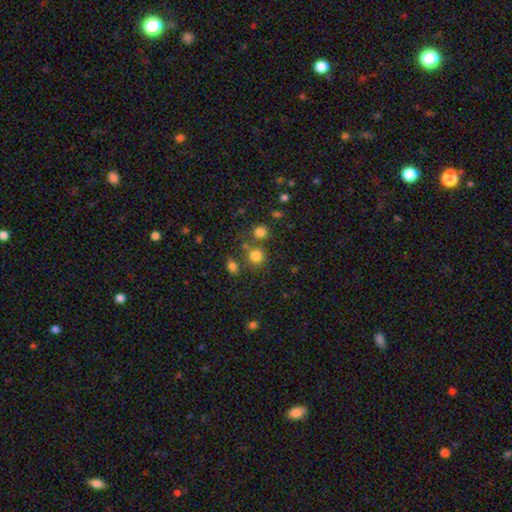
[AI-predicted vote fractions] Overall: smooth (79%). How rounded: round (88%). Merging: none (69%).